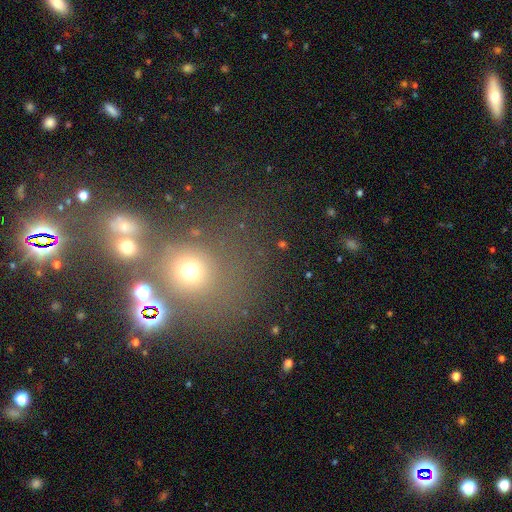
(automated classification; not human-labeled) Smooth or featured? star or artifact (46%)